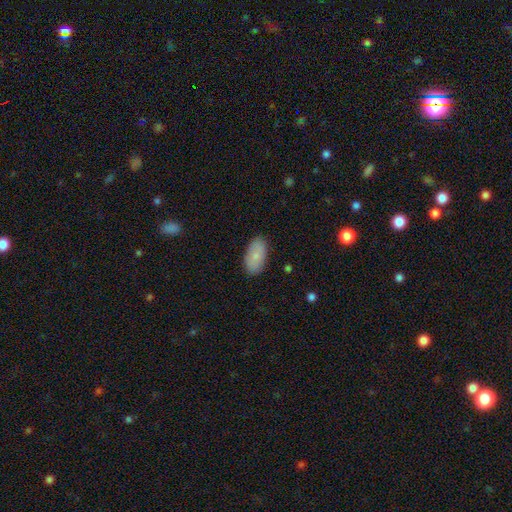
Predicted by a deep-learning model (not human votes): A smooth galaxy with no disk features (78%) that is in between round and cigar-shaped (94%).

Vote fractions:
- Smooth or featured? smooth: 78% / featured or disk: 15% / star or artifact: 7%
- How rounded? in between: 94% / round: 4% / cigar-shaped: 2%
- Merging? none: 86% / minor disturbance: 11% / major disturbance: 2% / merger: 1%